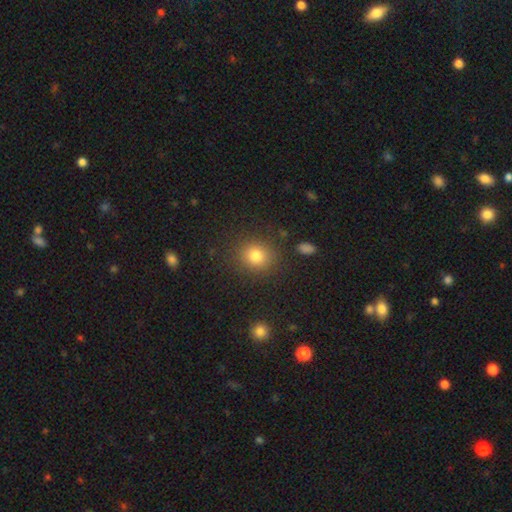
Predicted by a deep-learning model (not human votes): The model was most divided on "how rounded": round: 78%, in between: 21%, cigar-shaped: 1%. More confident: merging — none (86%); smooth or featured — smooth (81%).